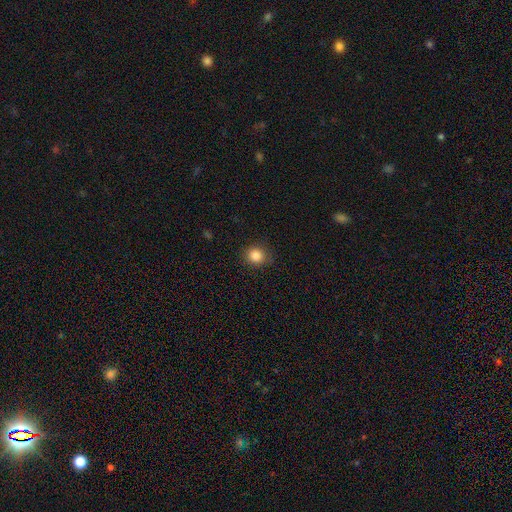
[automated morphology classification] This is clearly a smooth galaxy (85%). How rounded: clearly round (85%). Merging: clearly none (88%).